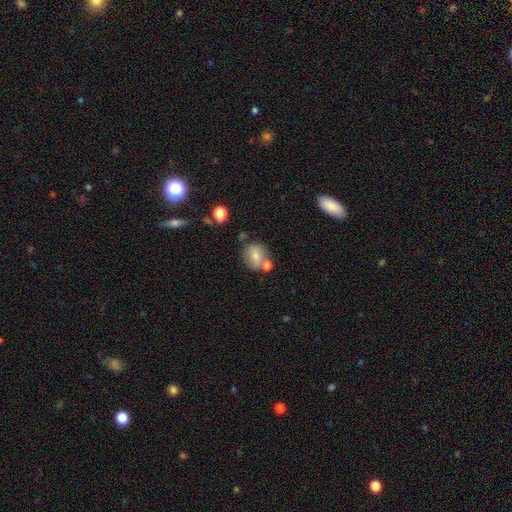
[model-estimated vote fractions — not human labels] This appears to be a smooth galaxy with no disk features (74%) that is round (61%). Merging: none (61%).